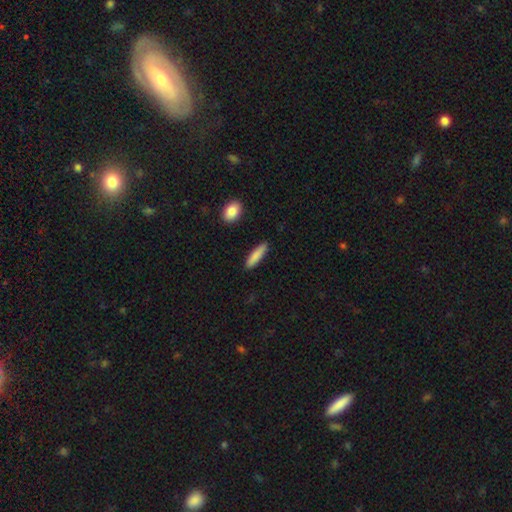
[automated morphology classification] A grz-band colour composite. It shows a smooth galaxy with no disk features (84%) that is cigar-shaped (76%). Merging: none (89%).